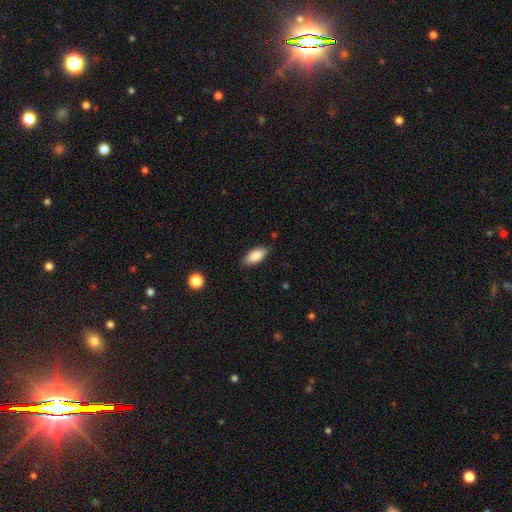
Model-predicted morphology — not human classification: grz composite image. It shows a smooth galaxy with no disk features (87%) that is in between round and cigar-shaped (89%). Merging: none (83%).